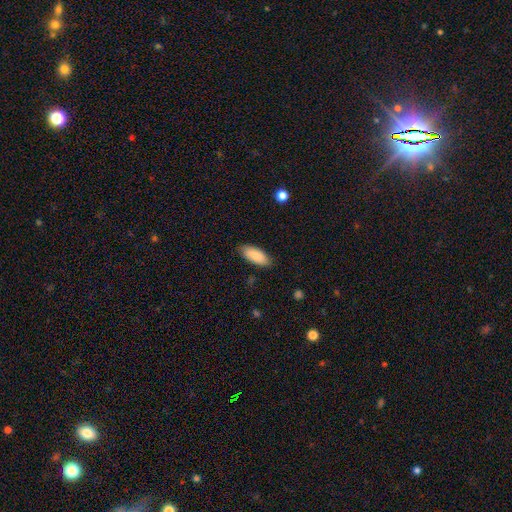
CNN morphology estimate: A smooth galaxy with no disk features (87%) that is in between round and cigar-shaped (86%).

Vote fractions:
- Smooth or featured? smooth: 87% / featured or disk: 7% / star or artifact: 6%
- How rounded? in between: 86% / cigar-shaped: 13% / round: 2%
- Merging? none: 84% / minor disturbance: 13% / major disturbance: 2% / merger: 1%